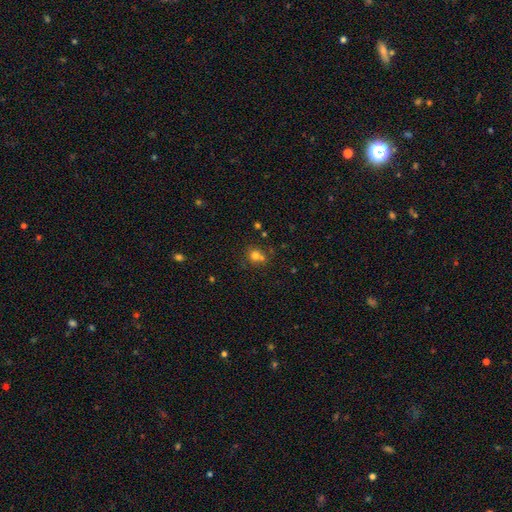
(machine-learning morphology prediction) Smooth or featured: smooth — 73% (star or artifact — 16%)
How rounded: round — 82% (in between — 17%)
Merging: none — 56% (merger — 30%)